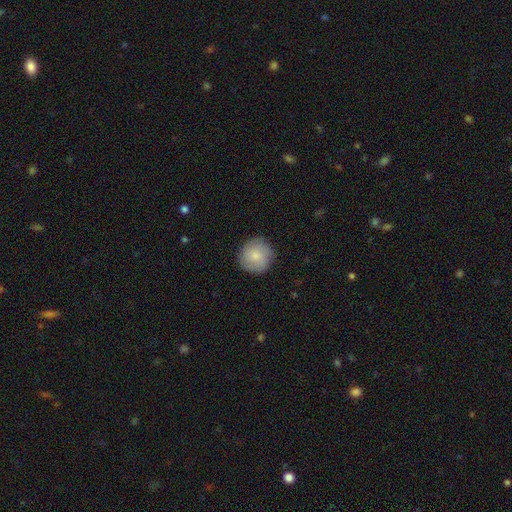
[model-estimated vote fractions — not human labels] smooth-or-featured: smooth: 73% | featured or disk: 21% | star or artifact: 6%
  how-rounded: round: 92% | in between: 7% | cigar-shaped: 1%
  merging: none: 84% | minor disturbance: 12% | major disturbance: 3% | merger: 1%